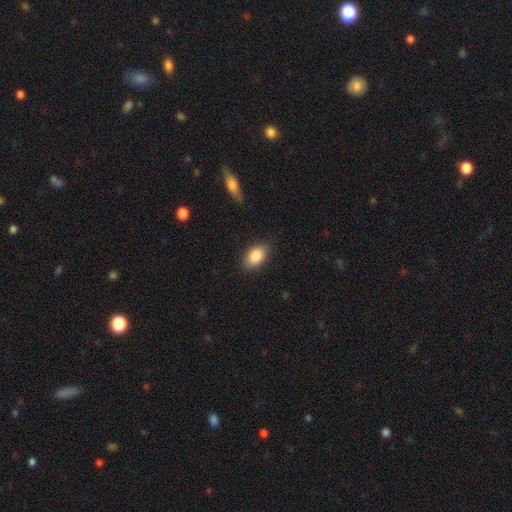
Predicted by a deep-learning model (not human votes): A smooth galaxy with no disk features (89%) that is in between round and cigar-shaped (90%). Merging: none (85%).